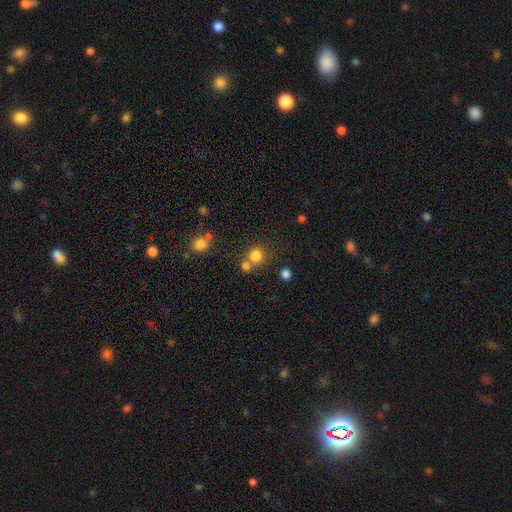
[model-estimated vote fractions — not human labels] Morphology: type=smooth (79%); roundness=round (88%); merging=none (57%).